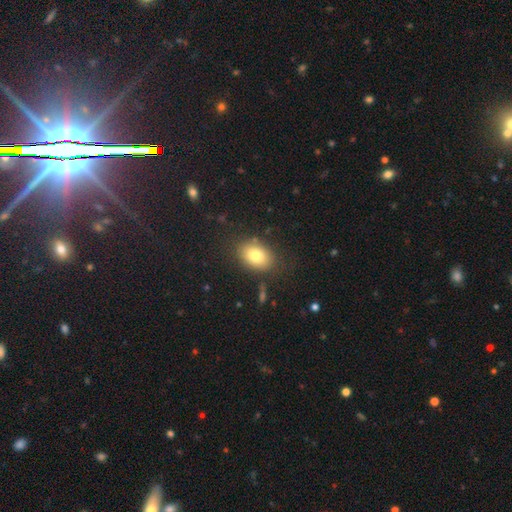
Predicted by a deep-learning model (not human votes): Overall: smooth (80%). How rounded: in between (78%). Merging: none (81%).